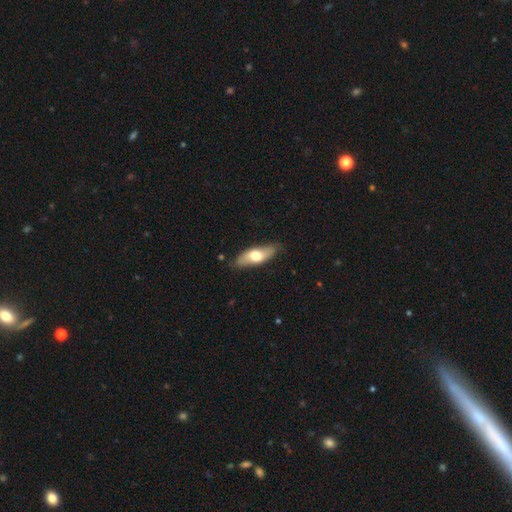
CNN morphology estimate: This is likely a smooth galaxy (60%). How rounded: likely in between (67%). Merging: clearly none (82%).